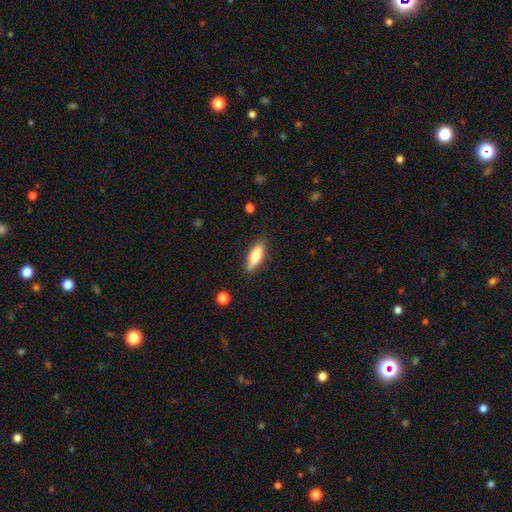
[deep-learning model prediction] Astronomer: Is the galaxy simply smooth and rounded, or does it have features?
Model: smooth — 67%.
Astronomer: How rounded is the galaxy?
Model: in between — 57% (runner-up: cigar-shaped, 41%).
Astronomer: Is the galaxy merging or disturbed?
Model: none — 84%.